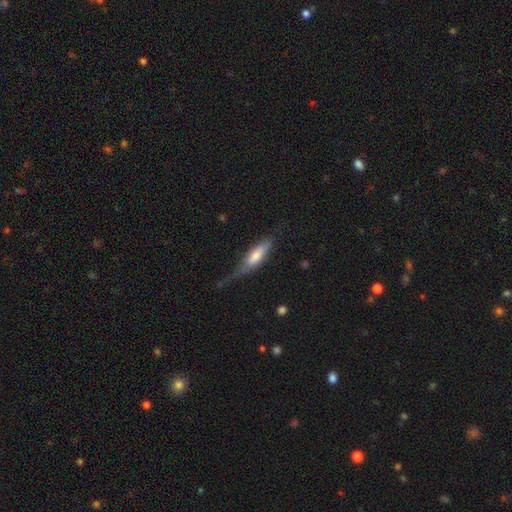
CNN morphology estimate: smooth 61%, featured or disk 33%, star or artifact 6%. Down the decision tree: how rounded — cigar-shaped (55%); merging — none (36%).